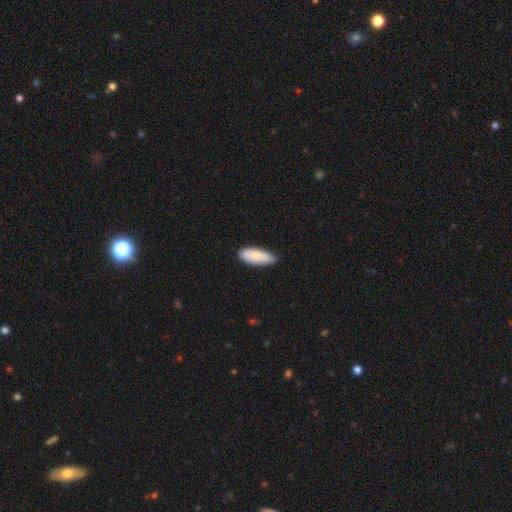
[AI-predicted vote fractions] Smooth or featured? Predicted: smooth (p=0.78). How rounded? Predicted: in between (p=0.76). Merging? Predicted: none (p=0.75).